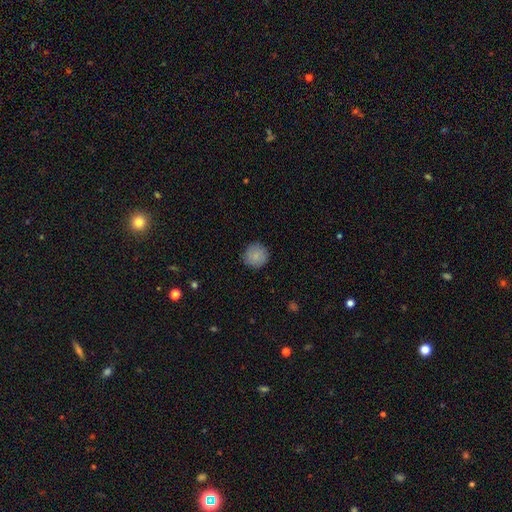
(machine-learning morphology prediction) smooth 86%, star or artifact 7%, featured or disk 7%. Down the decision tree: how rounded — round (93%); merging — none (88%).